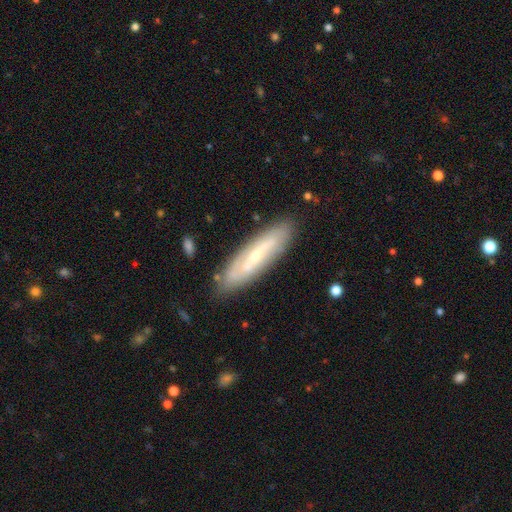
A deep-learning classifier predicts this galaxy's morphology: smooth_or_featured: featured or disk (p=0.61) [alt: smooth p=0.33]
disk_edge_on: no (p=0.59) [alt: yes p=0.41]
merging: none (p=0.84) [alt: minor disturbance p=0.12]